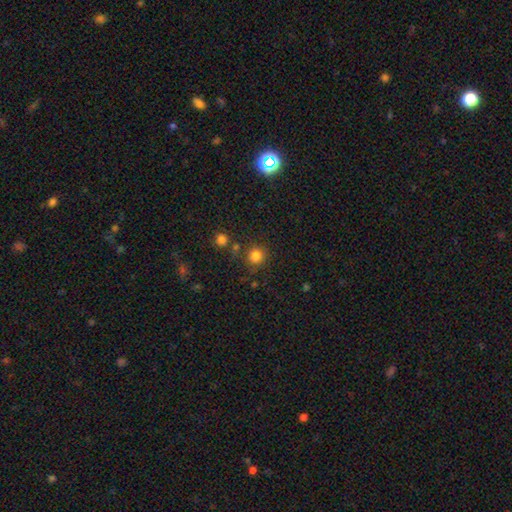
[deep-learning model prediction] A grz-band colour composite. It shows a smooth galaxy with no disk features (82%) that is round (91%). Merging: none (79%).